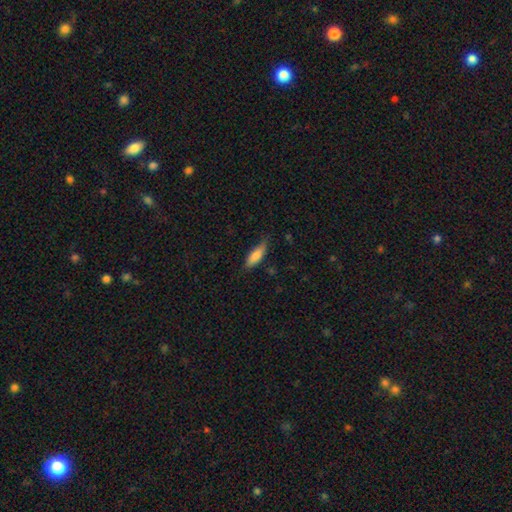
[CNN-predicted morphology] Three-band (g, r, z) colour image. It shows a smooth galaxy with no disk features (82%) that is in between round and cigar-shaped (62%). Merging: none (67%).